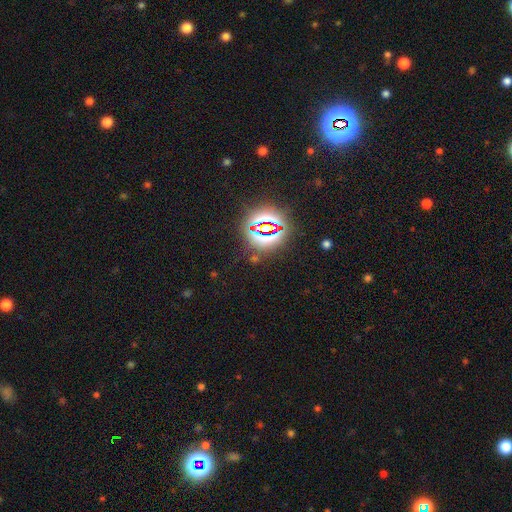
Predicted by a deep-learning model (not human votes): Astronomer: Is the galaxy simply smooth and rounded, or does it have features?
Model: star or artifact — 79%.